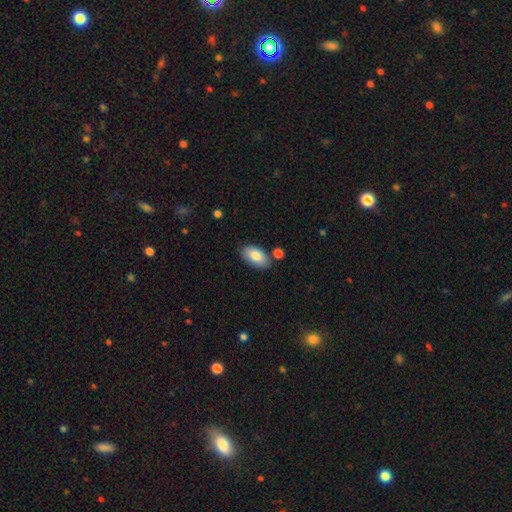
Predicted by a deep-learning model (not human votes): Smooth or featured: smooth — 82% (featured or disk — 12%)
How rounded: in between — 95% (round — 3%)
Merging: none — 80% (minor disturbance — 12%)